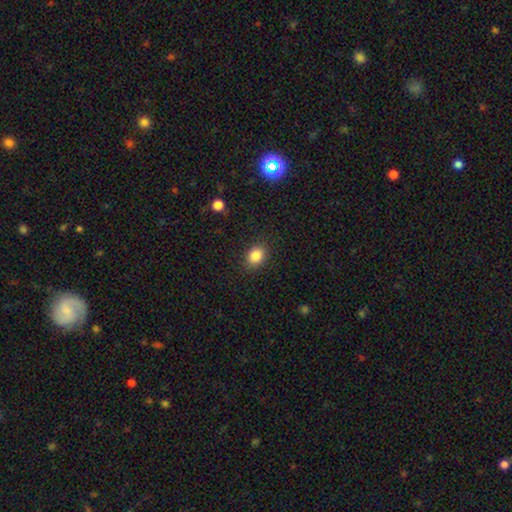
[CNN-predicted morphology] smooth 86%, star or artifact 10%, featured or disk 5%. Down the decision tree: how rounded — in between (57%); merging — none (87%).